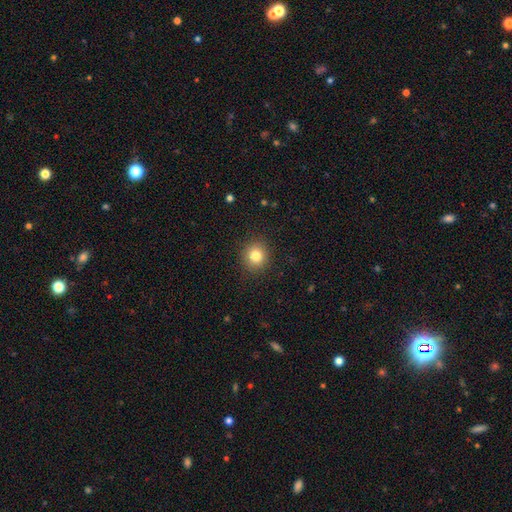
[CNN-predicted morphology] Q: Smooth or featured?
A: smooth (81%); runner-up: star or artifact (12%)
Q: How rounded?
A: round (88%); runner-up: in between (11%)
Q: Merging?
A: none (90%); runner-up: minor disturbance (6%)